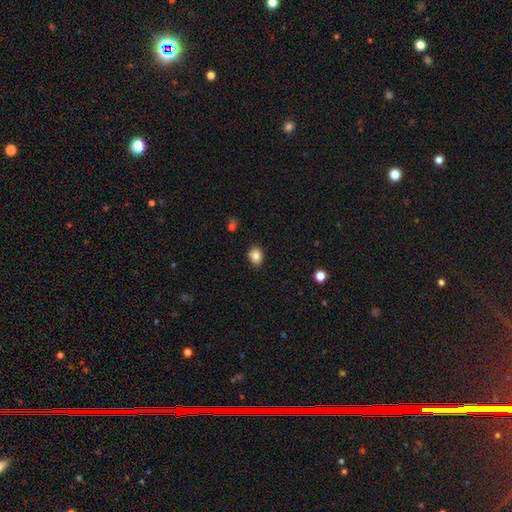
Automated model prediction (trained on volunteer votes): Smooth or featured?
  - smooth: 84% *
  - star or artifact: 10%
  - featured or disk: 6%
How rounded?
  - in between: 58% *
  - round: 41%
  - cigar-shaped: 1%
Merging?
  - none: 82% *
  - minor disturbance: 13%
  - merger: 3%
  - major disturbance: 2%